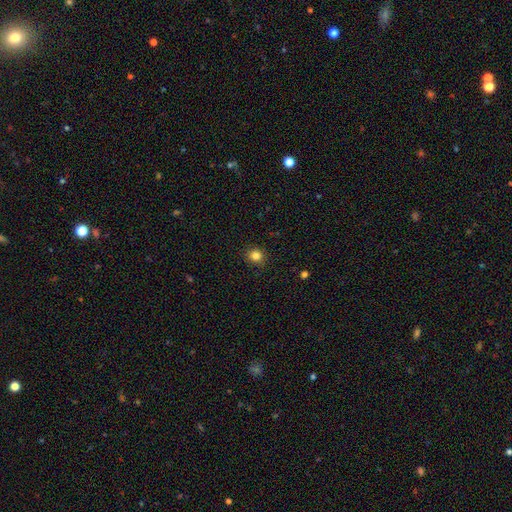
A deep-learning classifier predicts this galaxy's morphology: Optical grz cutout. It shows a smooth galaxy with no disk features (83%) that is round (86%). Merging: none (90%).